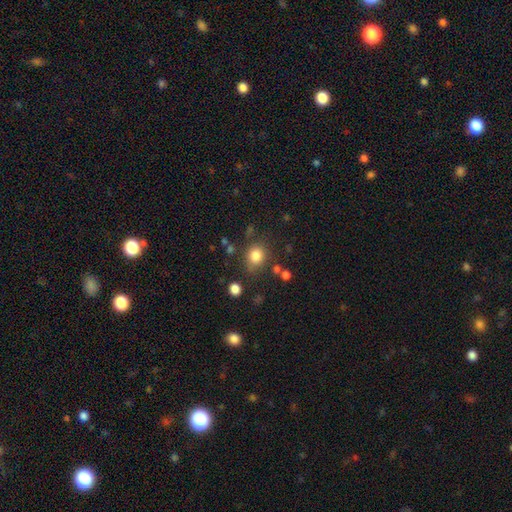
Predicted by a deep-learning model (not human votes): Smooth or featured?
  - smooth: 82% *
  - star or artifact: 12%
  - featured or disk: 6%
How rounded?
  - round: 78% *
  - in between: 21%
  - cigar-shaped: 1%
Merging?
  - none: 77% *
  - minor disturbance: 12%
  - merger: 6%
  - major disturbance: 5%